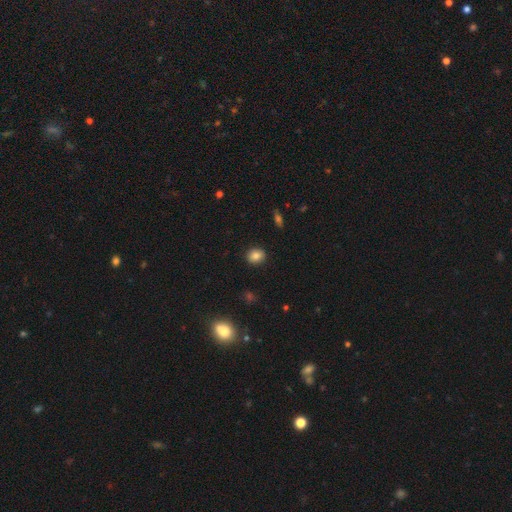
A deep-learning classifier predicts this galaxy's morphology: Overall: smooth (84%). How rounded: round (67%; in between 32%). Merging: none (90%).